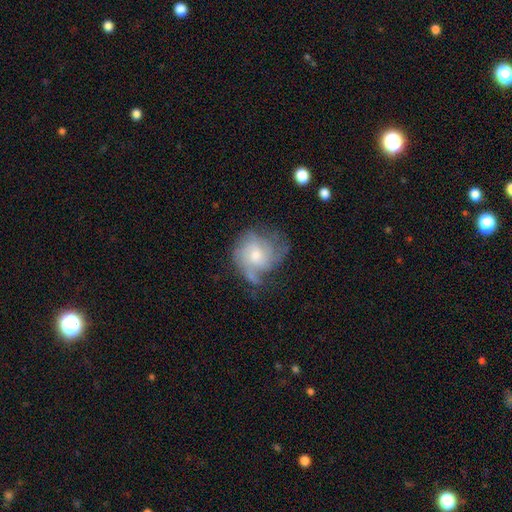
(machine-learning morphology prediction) A featured or disk galaxy (67%) with no bar (75%), medium (39%) spiral arms (84%) and a moderate central bulge (52%).

Vote fractions:
- Smooth or featured? featured or disk: 67% / smooth: 25% / star or artifact: 8%
- Edge-on disk? no: 97% / yes: 3%
- Bar? no: 75% / weak: 22% / strong: 3%
- Spiral arms? yes: 84% / no: 16%
- Spiral winding? medium: 39% / tight: 38% / loose: 22%
- Spiral arm count? can't tell: 36% / 3: 24% / 2: 16% / 4: 11% / 1: 8% / more than 4: 5%
- Bulge size? moderate: 52% / small: 41% / large: 4% / none: 2% / dominant: 1%
- Merging? none: 48% / minor disturbance: 27% / major disturbance: 22% / merger: 3%